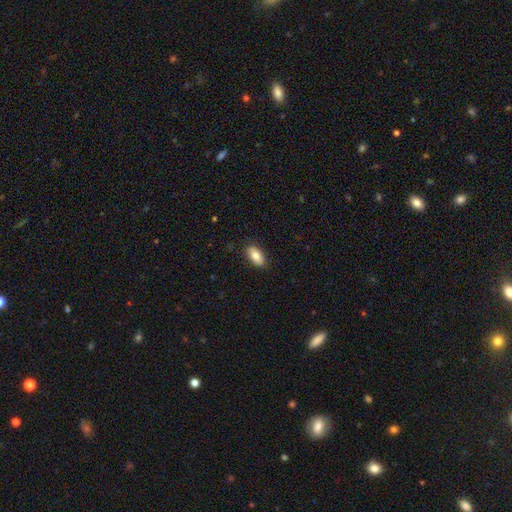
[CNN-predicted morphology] This appears to be a smooth galaxy with no disk features (79%) that is in between round and cigar-shaped (89%). Merging: none (87%).